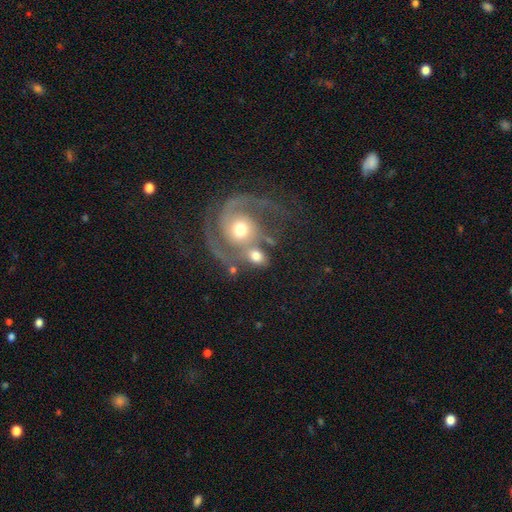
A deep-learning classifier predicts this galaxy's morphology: The model was most divided on "merging": none: 39%, merger: 36%, minor disturbance: 14%, major disturbance: 12%. More confident: edge-on disk — no (96%); spiral arms — yes (87%); bar — no (68%); bulge size — moderate (64%); smooth or featured — featured or disk (58%).